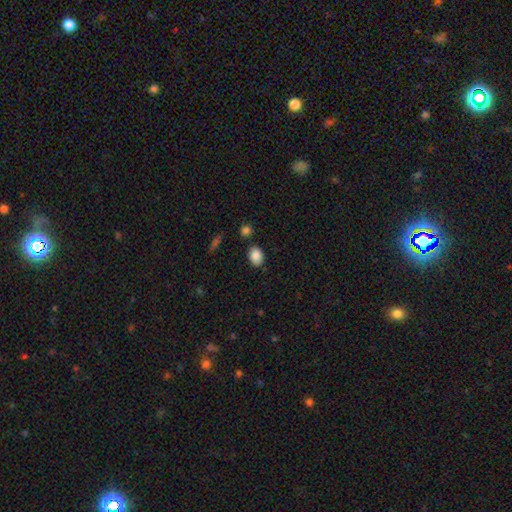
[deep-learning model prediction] smooth-or-featured: smooth: 87% | star or artifact: 8% | featured or disk: 5%
  how-rounded: in between: 76% | round: 22% | cigar-shaped: 1%
  merging: none: 82% | minor disturbance: 11% | merger: 4% | major disturbance: 3%